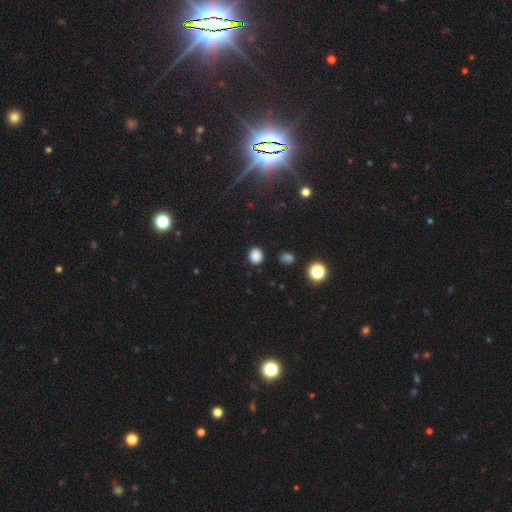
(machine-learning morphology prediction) A smooth galaxy with no disk features (85%) that is round (73%).

Vote fractions:
- Smooth or featured? smooth: 85% / star or artifact: 12% / featured or disk: 3%
- How rounded? round: 73% / in between: 26% / cigar-shaped: 1%
- Merging? none: 89% / minor disturbance: 7% / major disturbance: 2% / merger: 2%